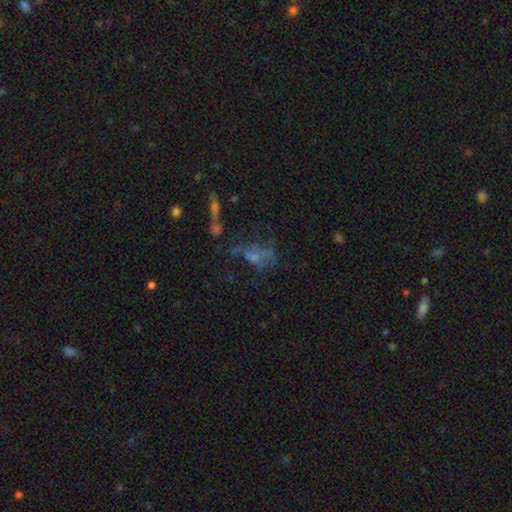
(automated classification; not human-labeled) A featured or disk galaxy (38%). Merging: major disturbance (36%).